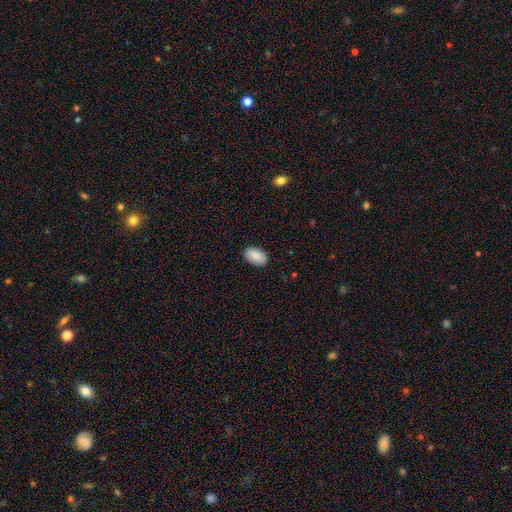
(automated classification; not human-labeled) This is clearly a smooth galaxy (89%). How rounded: clearly in between (94%). Merging: clearly none (89%).